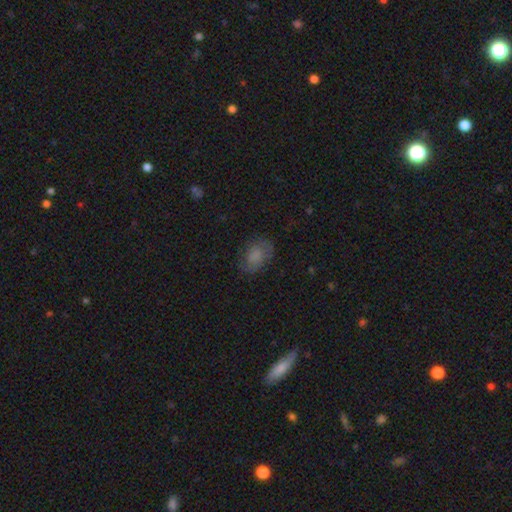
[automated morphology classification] smooth_or_featured: smooth (p=0.66) [alt: featured or disk p=0.22]
how_rounded: in between (p=0.80) [alt: round p=0.19]
merging: none (p=0.68) [alt: minor disturbance p=0.21]